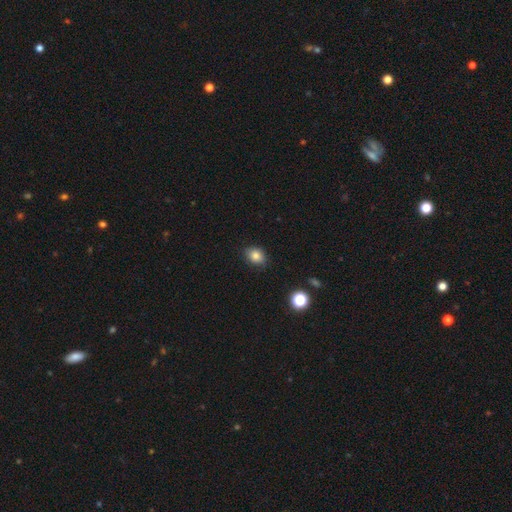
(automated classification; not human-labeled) Smooth or featured? smooth (83%)
How rounded? in between (55%)
Merging? none (84%)